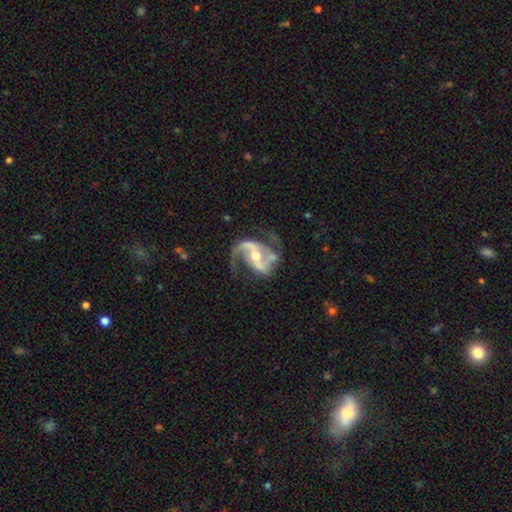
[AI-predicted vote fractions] Smooth or featured? Predicted: featured or disk (p=0.92). Edge-on disk? Predicted: no (p=0.98). Bar? Predicted: weak (p=0.36). Spiral arms? Predicted: yes (p=0.98). Spiral winding? Predicted: medium (p=0.49). Spiral arm count? Predicted: 2 (p=0.90). Bulge size? Predicted: moderate (p=0.64). Merging? Predicted: none (p=0.65).